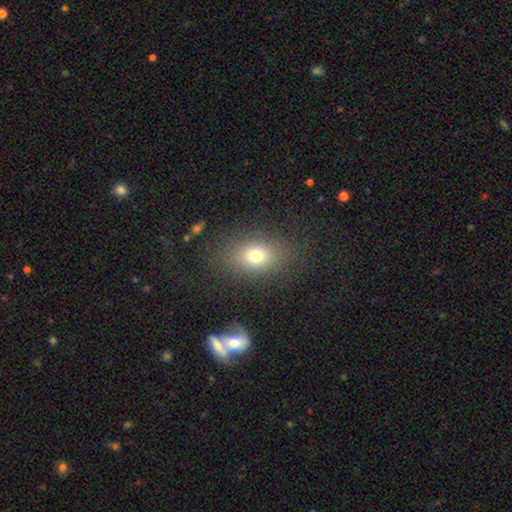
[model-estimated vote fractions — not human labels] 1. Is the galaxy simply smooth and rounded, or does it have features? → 74% smooth, 13% featured or disk, 13% star or artifact.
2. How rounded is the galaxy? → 73% in between, 25% round, 2% cigar-shaped.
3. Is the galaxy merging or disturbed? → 81% none, 11% minor disturbance, 6% major disturbance, 2% merger.